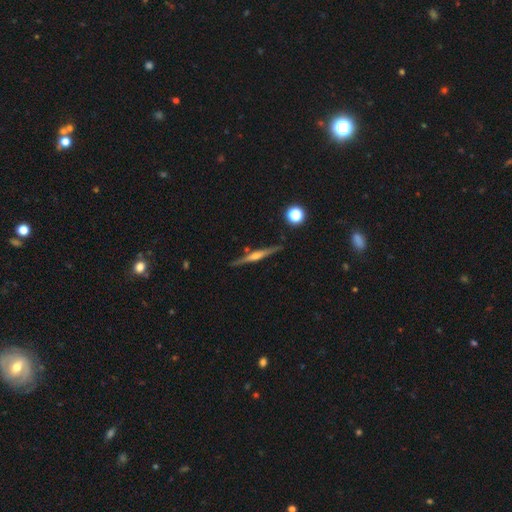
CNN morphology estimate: Smooth or featured?
  - featured or disk: 75% *
  - smooth: 18%
  - star or artifact: 7%
Edge-on disk?
  - yes: 98% *
  - no: 2%
Edge-on bulge?
  - rounded: 78% *
  - boxy: 11%
  - none: 11%
Merging?
  - none: 87% *
  - minor disturbance: 8%
  - merger: 3%
  - major disturbance: 2%